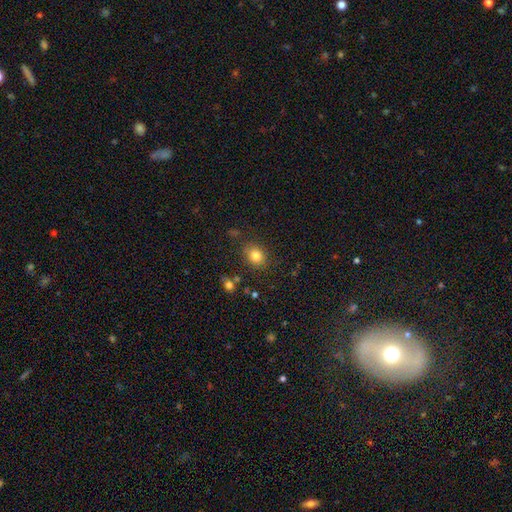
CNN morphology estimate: A smooth galaxy with no disk features (81%) that is round (60%). Merging: none (82%).